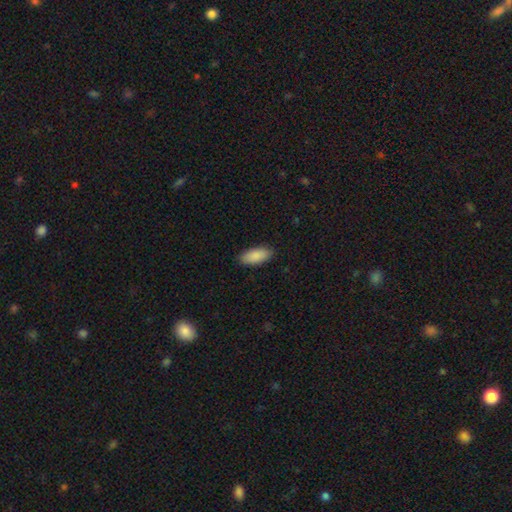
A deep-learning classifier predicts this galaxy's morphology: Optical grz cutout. It shows a smooth galaxy with no disk features (90%) that is in between round and cigar-shaped (87%). Merging: none (88%).